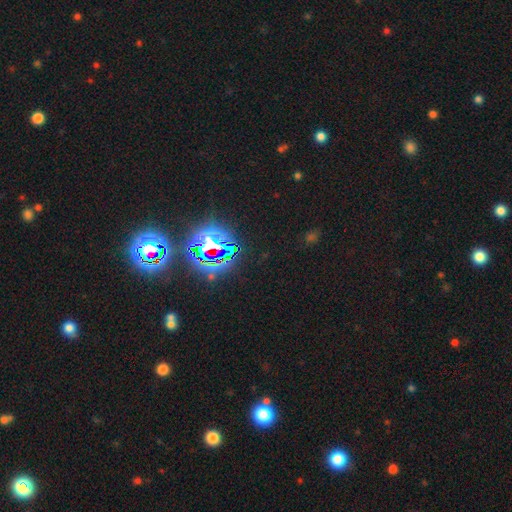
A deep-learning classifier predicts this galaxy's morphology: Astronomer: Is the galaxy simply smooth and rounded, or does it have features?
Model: star or artifact — 81%.